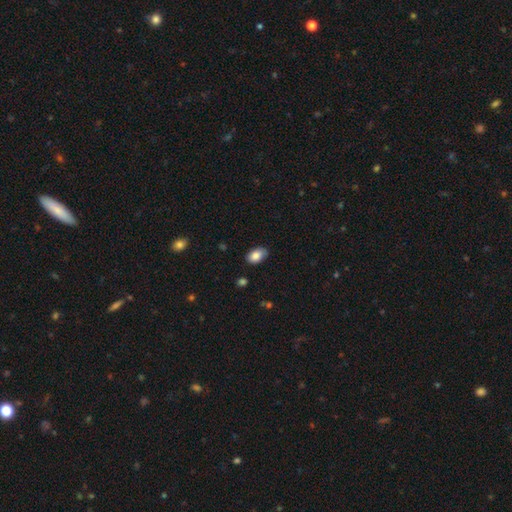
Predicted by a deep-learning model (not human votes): Morphology: type=smooth (85%); roundness=in between (91%); merging=none (82%).